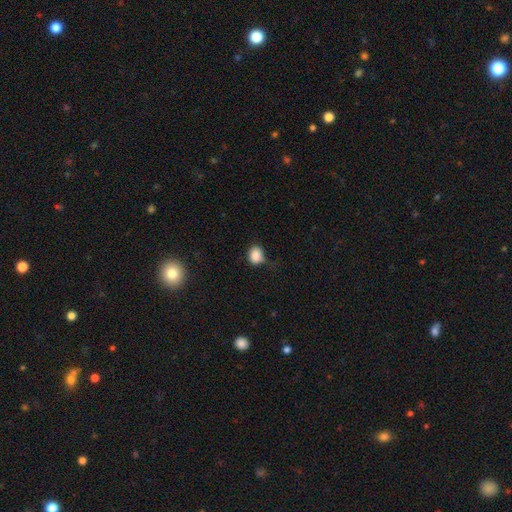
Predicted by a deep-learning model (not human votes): The model was most divided on "how rounded": round: 56%, in between: 43%, cigar-shaped: 1%. More confident: smooth or featured — smooth (85%); merging — none (57%).